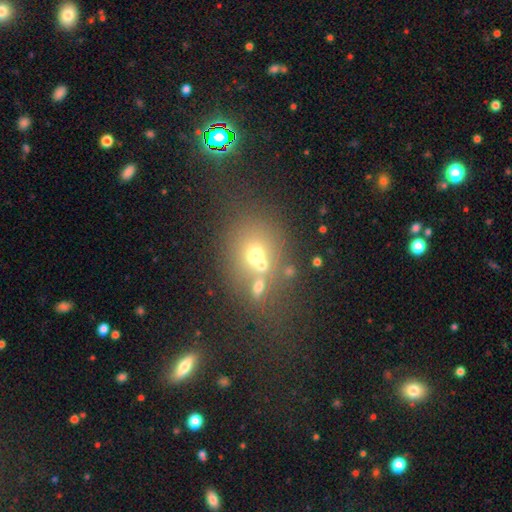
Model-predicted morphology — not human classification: Overall: smooth (57%; featured or disk 23%). How rounded: round (65%; in between 34%). Merging: merger (42%; none 41%).